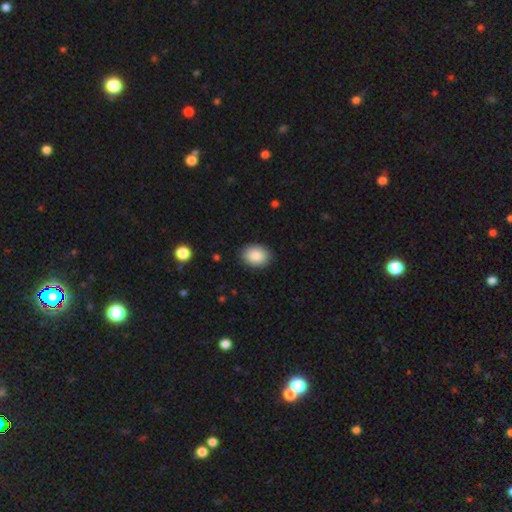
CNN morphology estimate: type=smooth (88%); roundness=in between (68%); merging=none (88%).